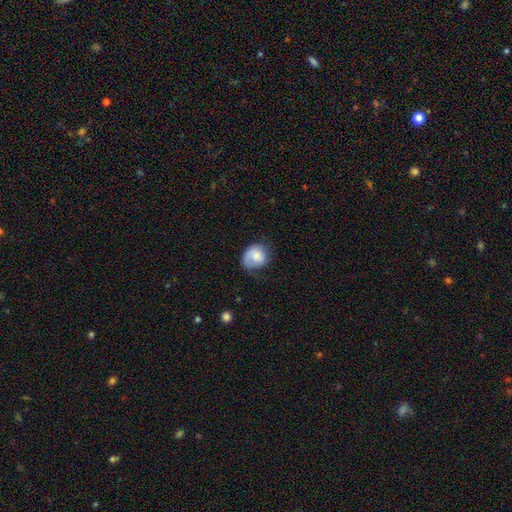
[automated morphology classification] This is likely a smooth galaxy (68%). How rounded: likely round (68%). Merging: possibly none (49%).